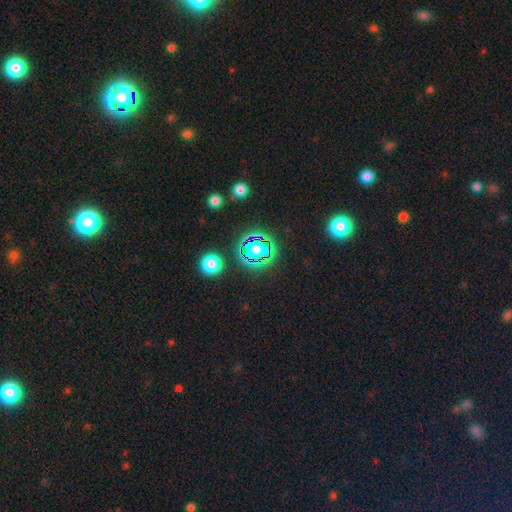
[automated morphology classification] type=star or artifact (79%).